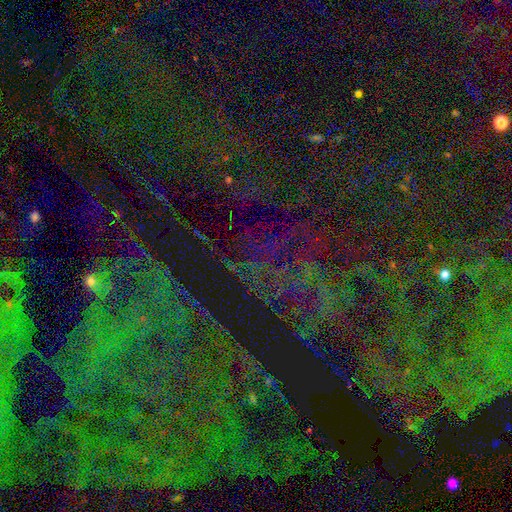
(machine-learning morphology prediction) type=star or artifact (81%).